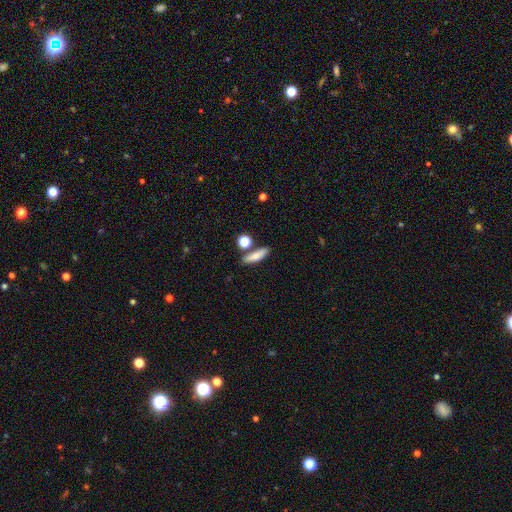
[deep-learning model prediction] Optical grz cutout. It shows a smooth galaxy with no disk features (79%) that is cigar-shaped (55%). Merging: none (74%).